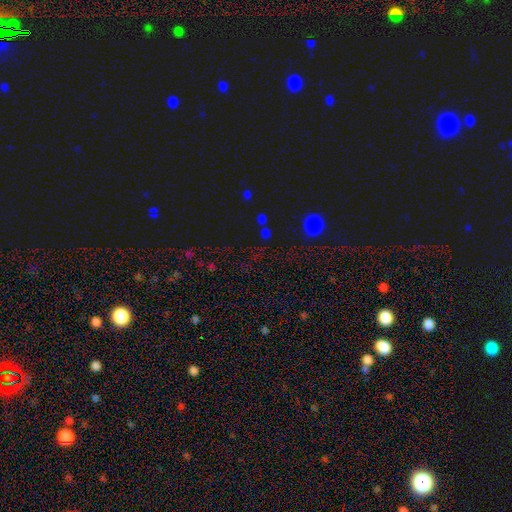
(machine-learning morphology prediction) Smooth or featured? Predicted: star or artifact (p=0.53).